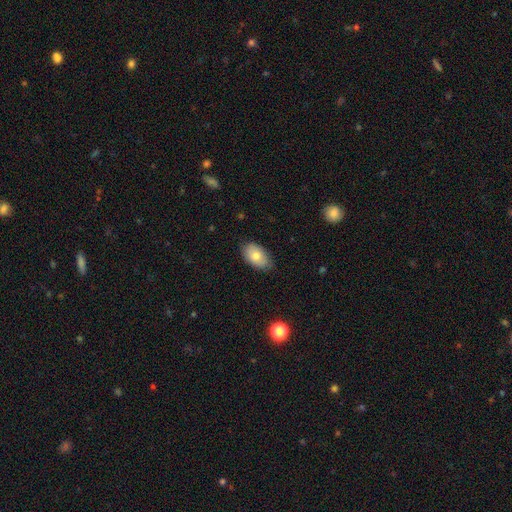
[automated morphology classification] Q: Smooth or featured?
A: smooth (77%); runner-up: featured or disk (16%)
Q: How rounded?
A: in between (92%); runner-up: round (6%)
Q: Merging?
A: none (81%); runner-up: minor disturbance (16%)